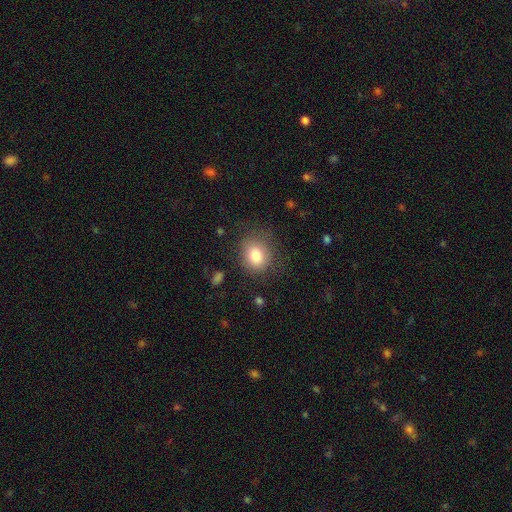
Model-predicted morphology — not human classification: The model was most divided on "how rounded": round: 67%, in between: 32%, cigar-shaped: 1%. More confident: smooth or featured — smooth (81%); merging — none (75%).